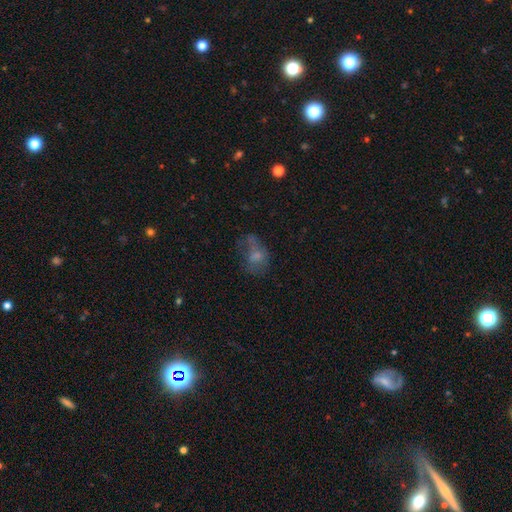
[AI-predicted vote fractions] The model was most divided on "merging": major disturbance: 36%, none: 30%, minor disturbance: 22%, merger: 12%. More confident: how rounded — in between (68%); smooth or featured — smooth (53%).